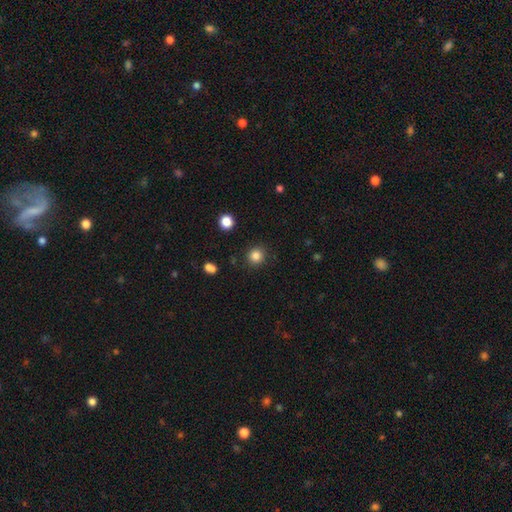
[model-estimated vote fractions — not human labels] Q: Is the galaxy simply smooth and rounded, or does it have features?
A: smooth — 84%.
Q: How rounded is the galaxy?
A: round — 92%.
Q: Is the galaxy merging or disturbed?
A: none — 89%.